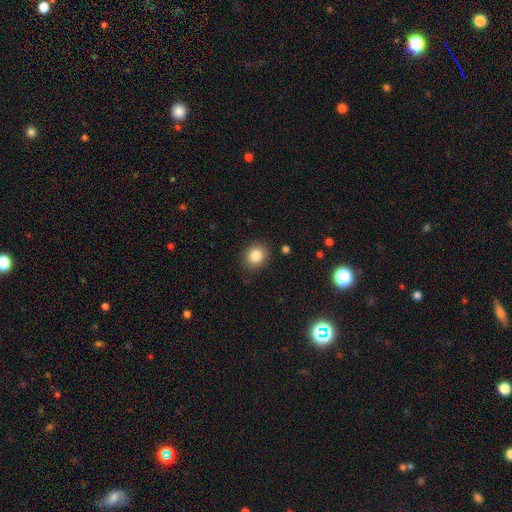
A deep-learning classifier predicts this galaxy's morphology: smooth-or-featured: smooth: 84% | star or artifact: 10% | featured or disk: 6%
  how-rounded: round: 67% | in between: 32% | cigar-shaped: 1%
  merging: none: 87% | minor disturbance: 9% | major disturbance: 3% | merger: 1%